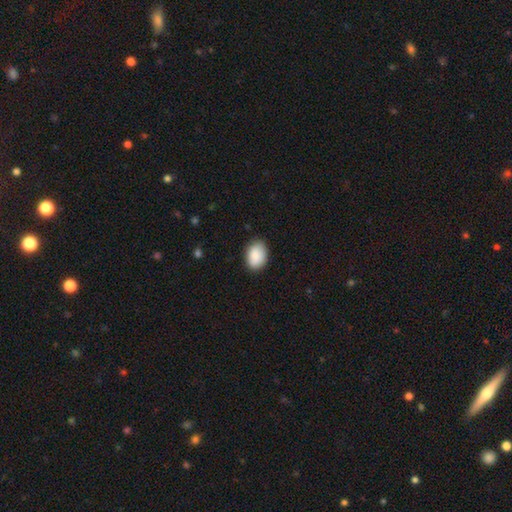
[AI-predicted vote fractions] The model was most divided on "how rounded": in between: 84%, round: 15%, cigar-shaped: 1%. More confident: smooth or featured — smooth (90%); merging — none (84%).